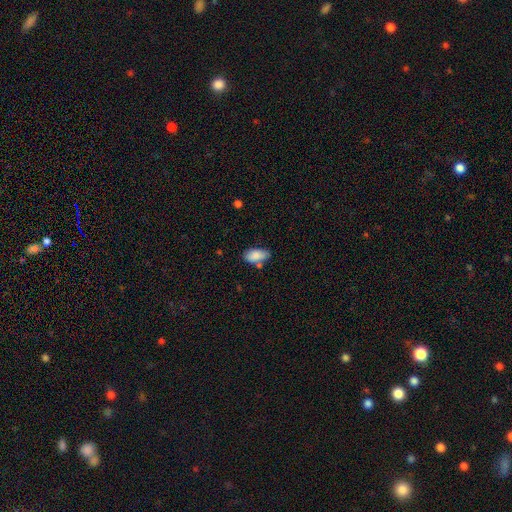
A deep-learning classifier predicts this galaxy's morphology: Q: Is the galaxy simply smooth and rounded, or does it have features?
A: smooth — 84%.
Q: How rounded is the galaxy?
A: in between — 93%.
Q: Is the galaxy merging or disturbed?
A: none — 58%.